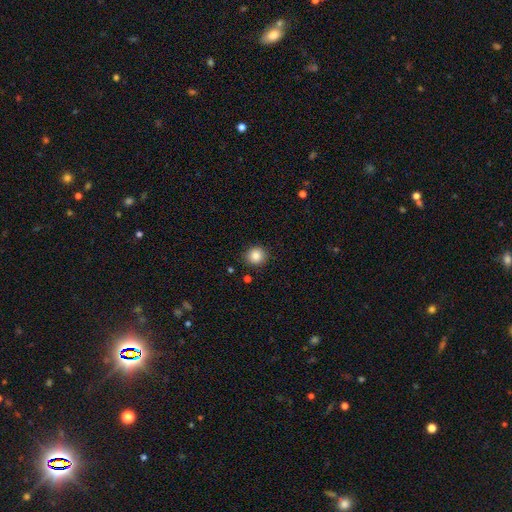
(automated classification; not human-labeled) The model was most divided on "smooth or featured": smooth: 85%, star or artifact: 10%, featured or disk: 5%. More confident: how rounded — round (89%); merging — none (89%).